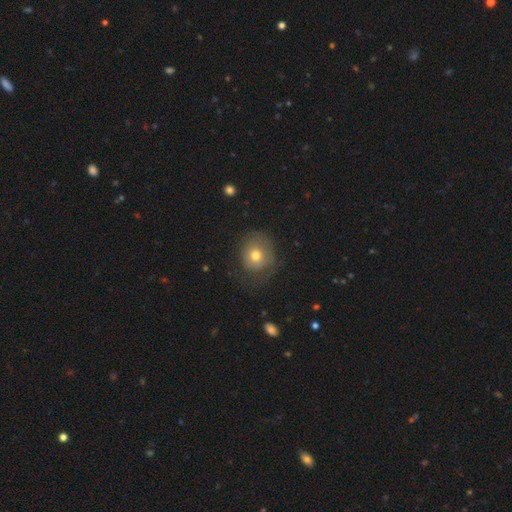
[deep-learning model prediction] A smooth galaxy with no disk features (69%) that is round (77%).

Vote fractions:
- Smooth or featured? smooth: 69% / featured or disk: 21% / star or artifact: 10%
- How rounded? round: 77% / in between: 22% / cigar-shaped: 1%
- Merging? none: 57% / minor disturbance: 24% / major disturbance: 18% / merger: 2%